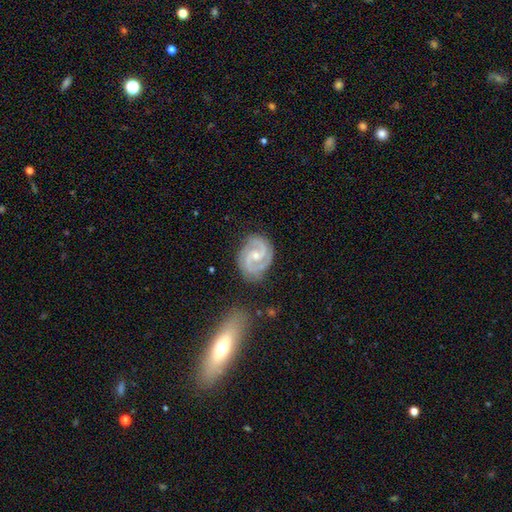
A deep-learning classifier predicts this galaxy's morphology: Smooth or featured? Predicted: featured or disk (p=0.92). Edge-on disk? Predicted: no (p=0.98). Bar? Predicted: no (p=0.49). Spiral arms? Predicted: yes (p=0.99). Spiral winding? Predicted: tight (p=0.48). Spiral arm count? Predicted: 2 (p=0.86). Bulge size? Predicted: small (p=0.60). Merging? Predicted: none (p=0.78).